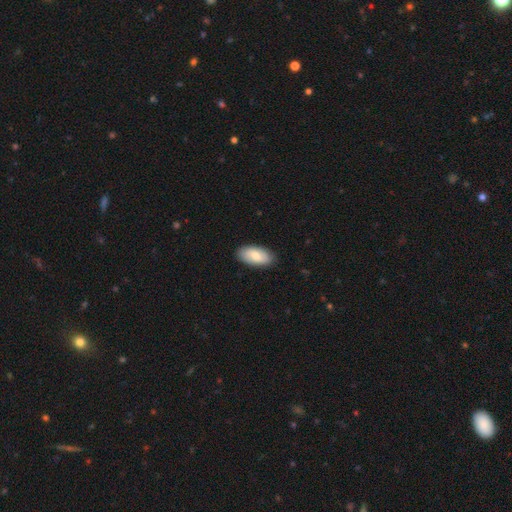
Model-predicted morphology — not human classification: smooth_or_featured: smooth (p=0.74) [alt: featured or disk p=0.20]
how_rounded: in between (p=0.94) [alt: cigar-shaped p=0.04]
merging: none (p=0.88) [alt: minor disturbance p=0.10]